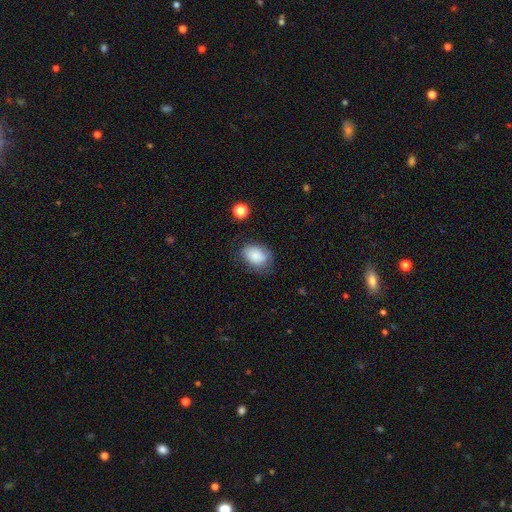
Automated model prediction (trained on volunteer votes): Smooth or featured: smooth — 83% (featured or disk — 9%)
How rounded: in between — 81% (round — 18%)
Merging: none — 66% (minor disturbance — 24%)